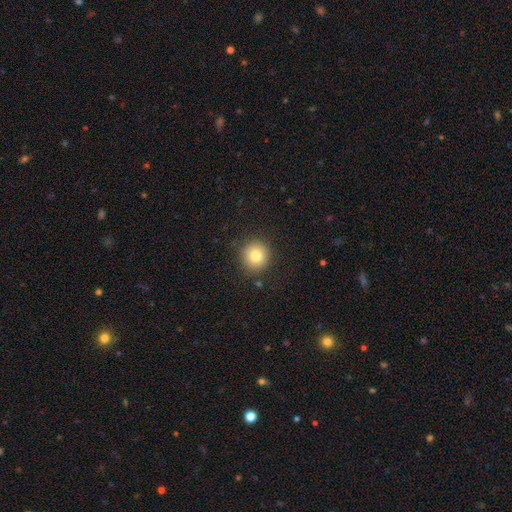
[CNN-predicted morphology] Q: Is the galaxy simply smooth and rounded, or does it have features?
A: smooth — 80%.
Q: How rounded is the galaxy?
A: round — 93%.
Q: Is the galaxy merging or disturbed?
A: none — 89%.